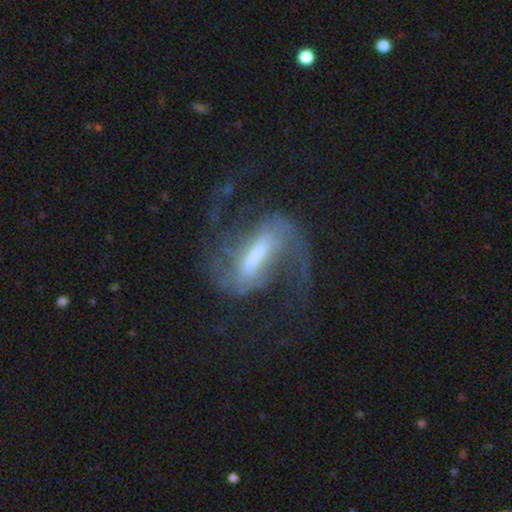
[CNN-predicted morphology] Smooth or featured? Predicted: featured or disk (p=0.83). Edge-on disk? Predicted: no (p=0.91). Bar? Predicted: strong (p=0.64). Spiral arms? Predicted: yes (p=0.91). Spiral winding? Predicted: loose (p=0.65). Spiral arm count? Predicted: 2 (p=0.83). Bulge size? Predicted: moderate (p=0.39). Merging? Predicted: none (p=0.46).